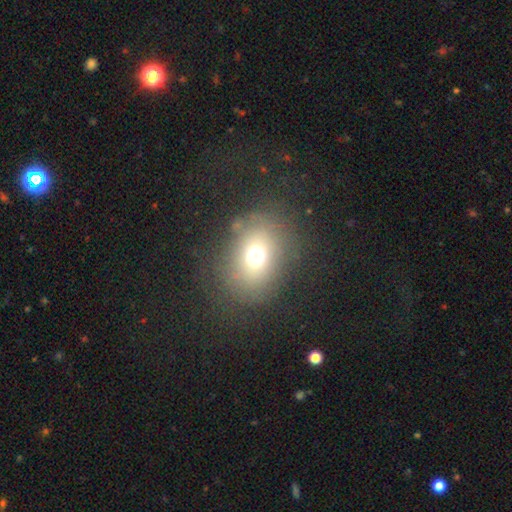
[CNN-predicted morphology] Smooth or featured? smooth (67%)
How rounded? round (55%)
Merging? none (76%)